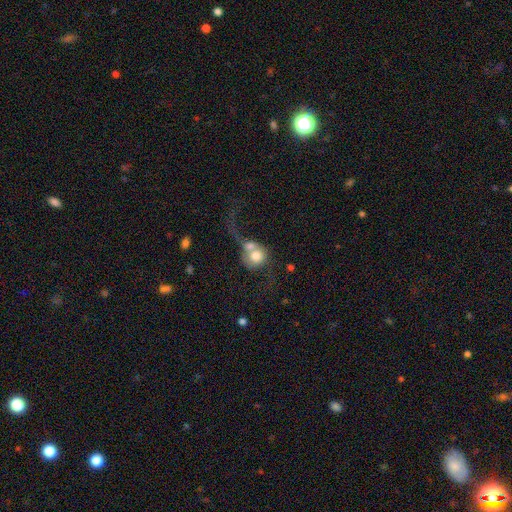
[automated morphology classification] The model was most divided on "smooth or featured": smooth: 60%, featured or disk: 31%, star or artifact: 9%. More confident: how rounded — round (81%); merging — merger (66%).